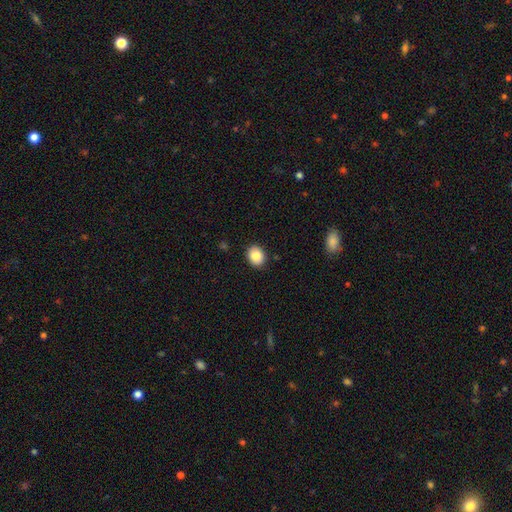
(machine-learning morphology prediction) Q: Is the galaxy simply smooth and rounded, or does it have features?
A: smooth — 86%.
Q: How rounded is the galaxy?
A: round — 54%.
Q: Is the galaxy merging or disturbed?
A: none — 90%.